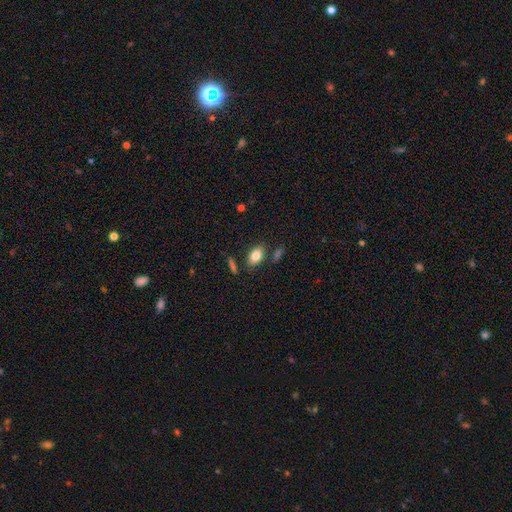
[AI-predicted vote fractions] A smooth galaxy with no disk features (82%) that is in between round and cigar-shaped (89%). Merging: none (80%).